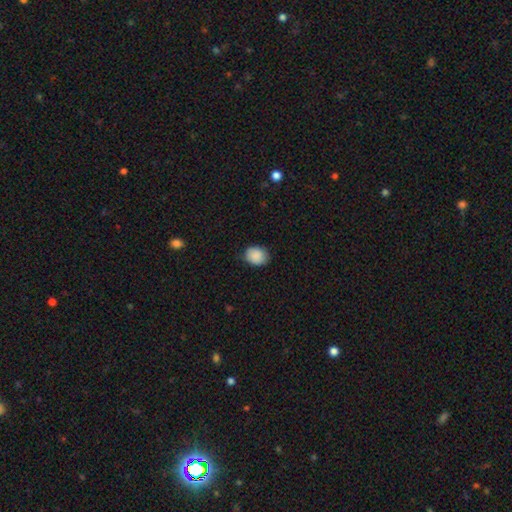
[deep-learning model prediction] A smooth galaxy with no disk features (89%) that is round (51%).

Vote fractions:
- Smooth or featured? smooth: 89% / star or artifact: 7% / featured or disk: 4%
- How rounded? round: 51% / in between: 48% / cigar-shaped: 1%
- Merging? none: 80% / minor disturbance: 16% / major disturbance: 3% / merger: 1%